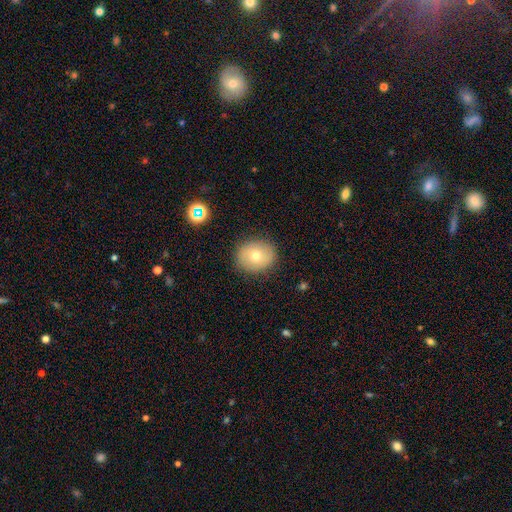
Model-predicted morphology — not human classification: smooth-or-featured: smooth: 69% | featured or disk: 21% | star or artifact: 11%
  how-rounded: round: 72% | in between: 27% | cigar-shaped: 1%
  merging: none: 87% | minor disturbance: 9% | major disturbance: 3% | merger: 1%